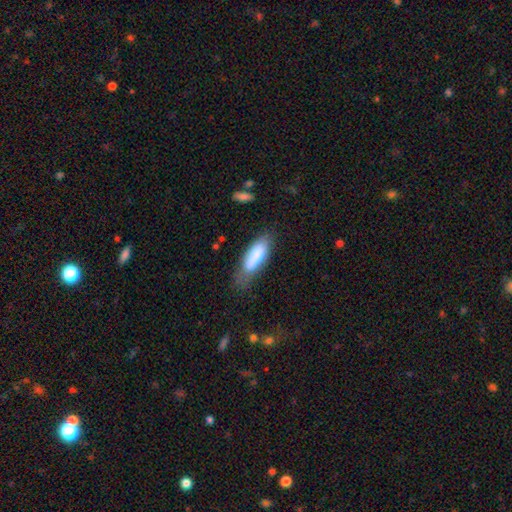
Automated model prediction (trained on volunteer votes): Smooth or featured: smooth — 78% (featured or disk — 15%)
How rounded: in between — 62% (cigar-shaped — 36%)
Merging: none — 48% (minor disturbance — 32%)